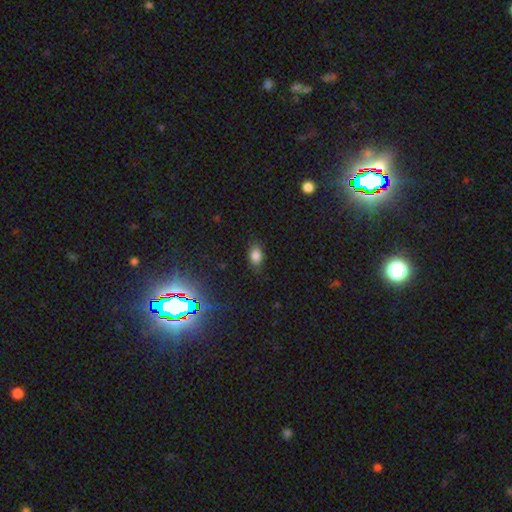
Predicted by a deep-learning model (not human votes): Morphology: type=smooth (79%); roundness=in between (83%); merging=none (80%).